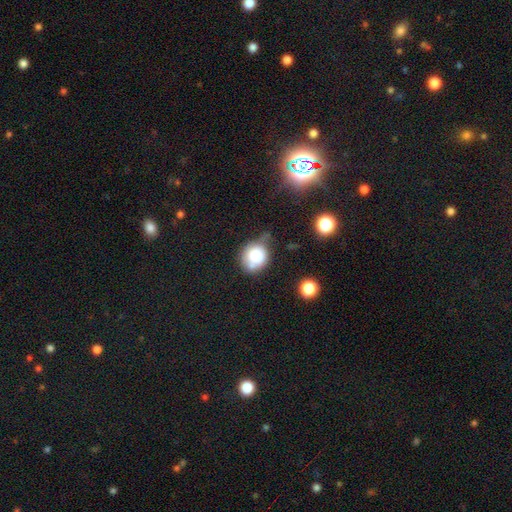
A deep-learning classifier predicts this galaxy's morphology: Smooth or featured? Predicted: smooth (p=0.77). How rounded? Predicted: round (p=0.75). Merging? Predicted: none (p=0.42).